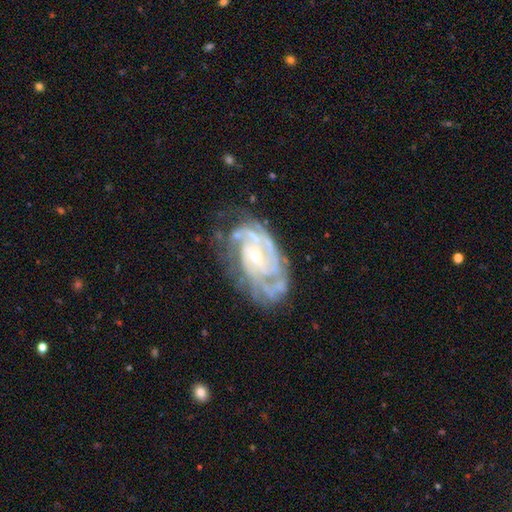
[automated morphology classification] This appears to be a featured or disk galaxy (90%) with no bar (47%), 3 (27%) tight (67%) spiral arms (97%) and a small central bulge (50%). Merging: none (65%).